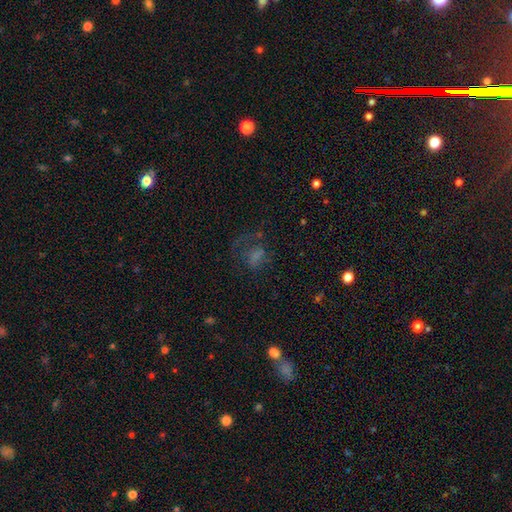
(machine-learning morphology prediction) A smooth galaxy with no disk features (41%).

Vote fractions:
- Smooth or featured? smooth: 41% / featured or disk: 30% / star or artifact: 29%
- Merging? none: 44% / major disturbance: 34% / minor disturbance: 19% / merger: 3%